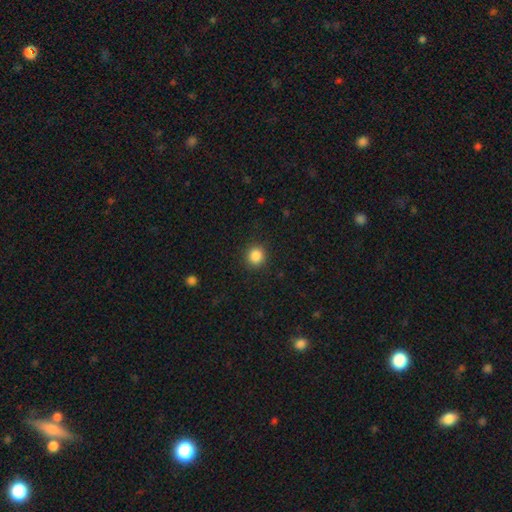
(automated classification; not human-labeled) A smooth galaxy with no disk features (86%) that is round (90%). Merging: none (91%).